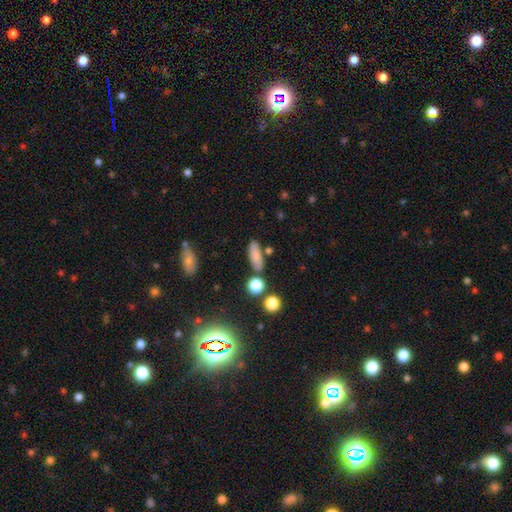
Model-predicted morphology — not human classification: smooth_or_featured: smooth (p=0.79) [alt: featured or disk p=0.11]
how_rounded: in between (p=0.65) [alt: cigar-shaped p=0.29]
merging: none (p=0.74) [alt: minor disturbance p=0.13]